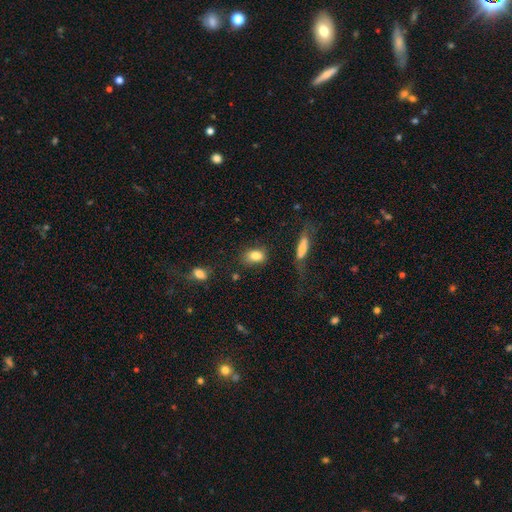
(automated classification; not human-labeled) Smooth or featured? smooth (83%)
How rounded? in between (78%)
Merging? none (71%)